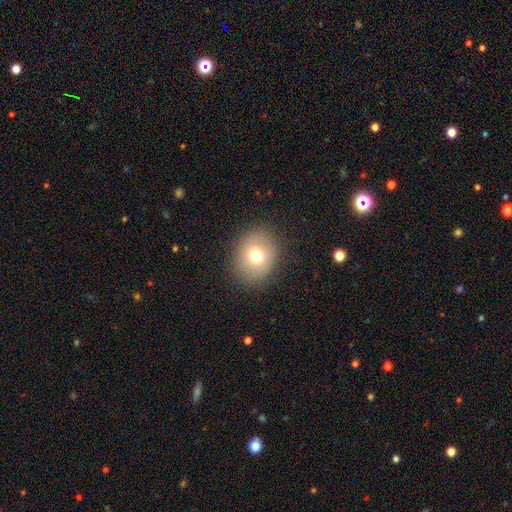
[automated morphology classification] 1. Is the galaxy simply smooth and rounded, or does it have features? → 72% smooth, 16% featured or disk, 12% star or artifact.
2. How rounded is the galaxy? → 57% round, 42% in between, 1% cigar-shaped.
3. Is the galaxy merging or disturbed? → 86% none, 10% minor disturbance, 4% major disturbance, 1% merger.